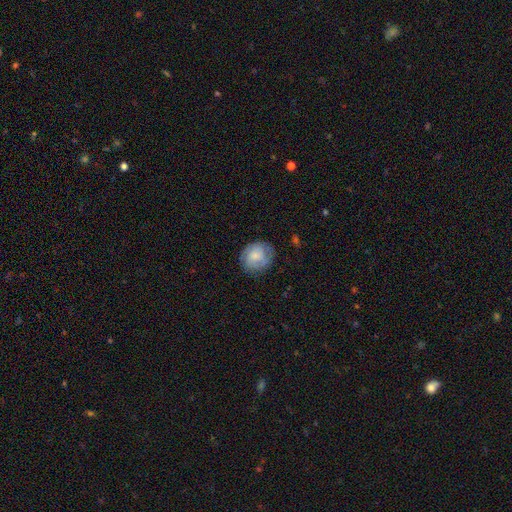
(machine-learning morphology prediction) A smooth galaxy with no disk features (61%) that is round (75%).

Vote fractions:
- Smooth or featured? smooth: 61% / featured or disk: 32% / star or artifact: 8%
- How rounded? round: 75% / in between: 24% / cigar-shaped: 1%
- Merging? none: 75% / minor disturbance: 18% / major disturbance: 6% / merger: 1%